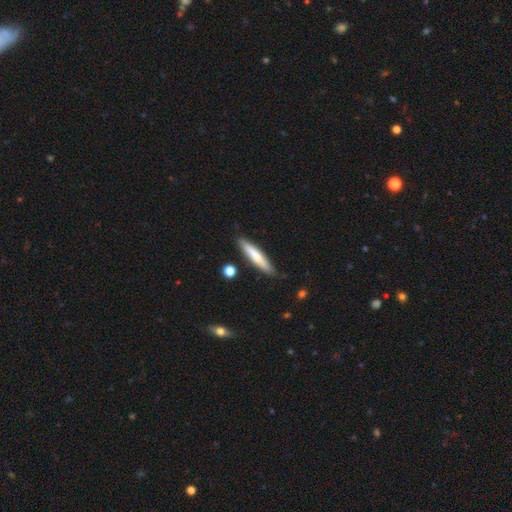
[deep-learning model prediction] smooth 67%, featured or disk 28%, star or artifact 6%. Down the decision tree: how rounded — cigar-shaped (90%); merging — none (85%).